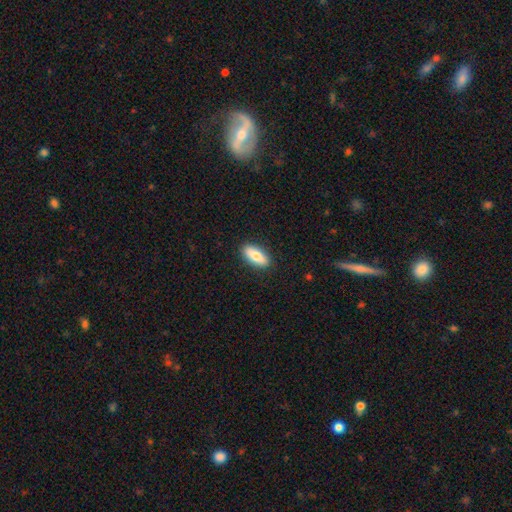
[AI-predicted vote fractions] smooth-or-featured: smooth: 77% | featured or disk: 17% | star or artifact: 6%
  how-rounded: in between: 78% | cigar-shaped: 20% | round: 3%
  merging: none: 89% | minor disturbance: 8% | major disturbance: 2% | merger: 1%